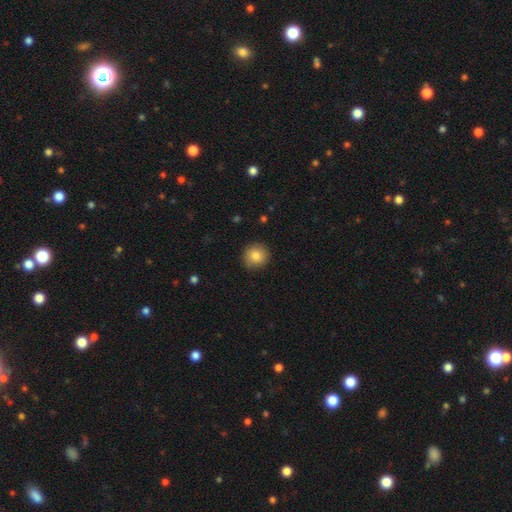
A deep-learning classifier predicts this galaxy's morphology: Smooth or featured? Predicted: smooth (p=0.84). How rounded? Predicted: round (p=0.92). Merging? Predicted: none (p=0.90).